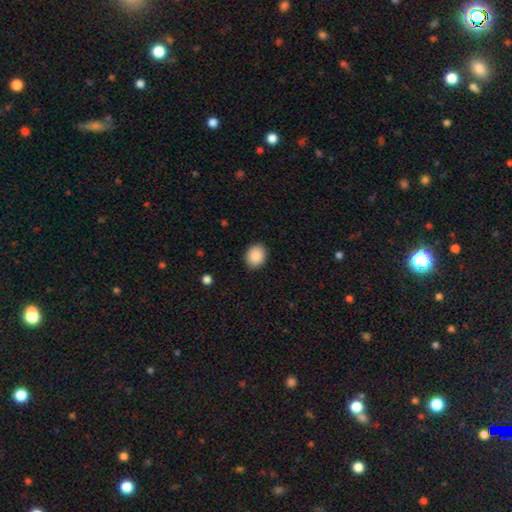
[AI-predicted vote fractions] A smooth galaxy with no disk features (89%) that is round (58%).

Vote fractions:
- Smooth or featured? smooth: 89% / star or artifact: 7% / featured or disk: 3%
- How rounded? round: 58% / in between: 42% / cigar-shaped: 1%
- Merging? none: 89% / minor disturbance: 8% / major disturbance: 2% / merger: 1%